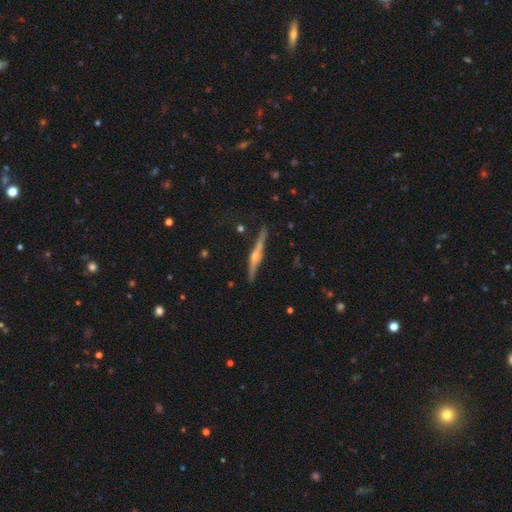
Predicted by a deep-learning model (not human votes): A featured or disk galaxy (80%) viewed edge-on (98%) with a rounded central bulge (88%).

Vote fractions:
- Smooth or featured? featured or disk: 80% / smooth: 14% / star or artifact: 6%
- Edge-on disk? yes: 98% / no: 2%
- Edge-on bulge? rounded: 88% / none: 6% / boxy: 6%
- Merging? none: 87% / minor disturbance: 9% / merger: 2% / major disturbance: 2%